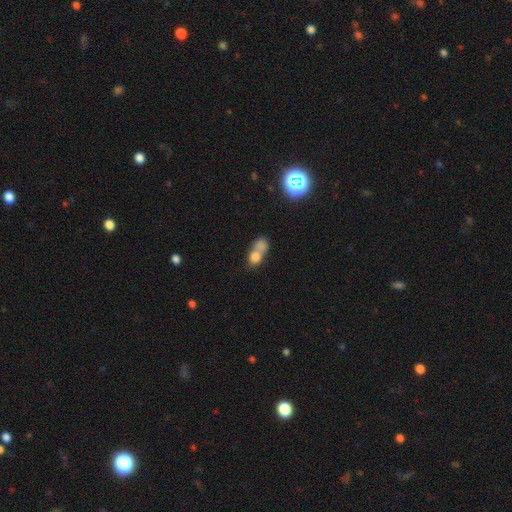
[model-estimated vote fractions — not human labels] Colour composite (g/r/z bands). It shows a smooth galaxy with no disk features (69%) that is round (51%). Merging: merger (66%).